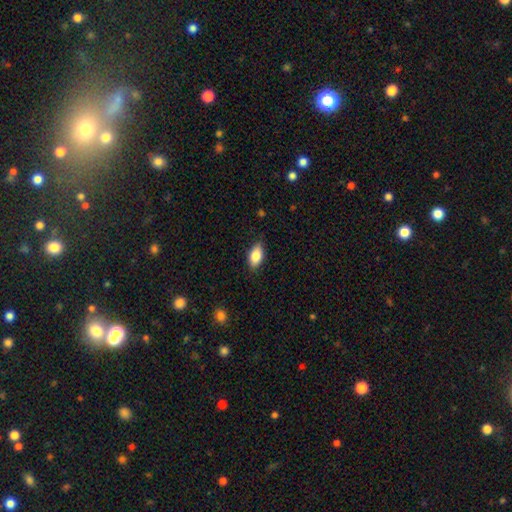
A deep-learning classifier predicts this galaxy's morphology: smooth-or-featured: smooth: 84% | featured or disk: 9% | star or artifact: 7%
  how-rounded: in between: 90% | round: 5% | cigar-shaped: 5%
  merging: none: 84% | minor disturbance: 13% | major disturbance: 2% | merger: 1%